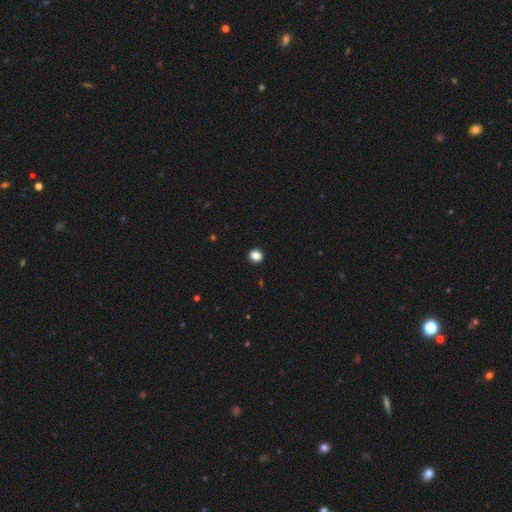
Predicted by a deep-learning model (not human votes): smooth 86%, star or artifact 11%, featured or disk 3%. Down the decision tree: how rounded — round (84%); merging — none (93%).